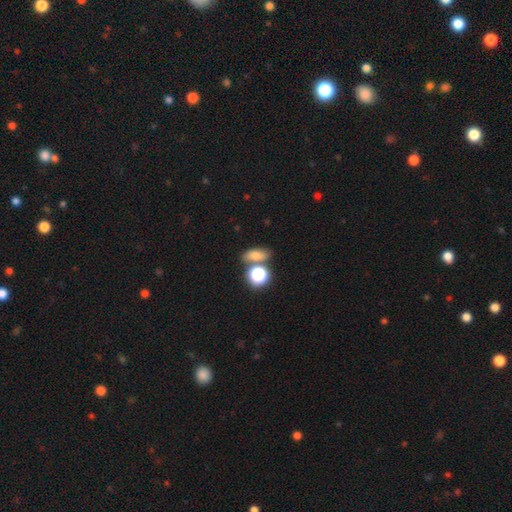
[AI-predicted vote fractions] A smooth galaxy with no disk features (69%) that is in between round and cigar-shaped (65%). Merging: none (63%).